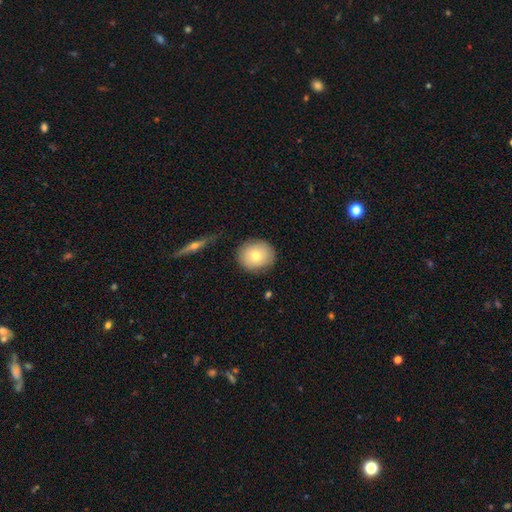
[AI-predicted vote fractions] smooth-or-featured: smooth: 73% | featured or disk: 19% | star or artifact: 8%
  how-rounded: round: 82% | in between: 17% | cigar-shaped: 1%
  merging: none: 85% | minor disturbance: 11% | major disturbance: 3% | merger: 2%